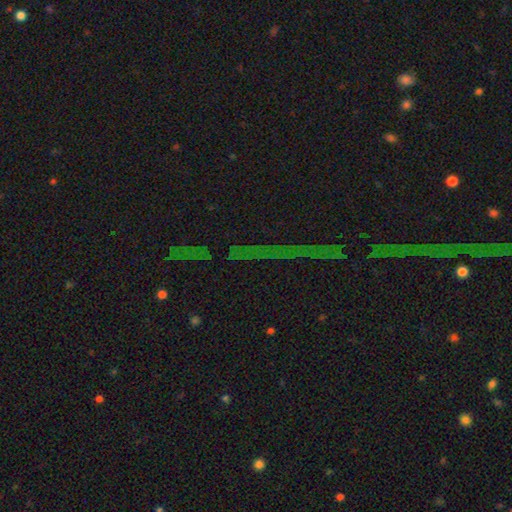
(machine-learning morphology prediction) star or artifact 79%, featured or disk 11%, smooth 10%.